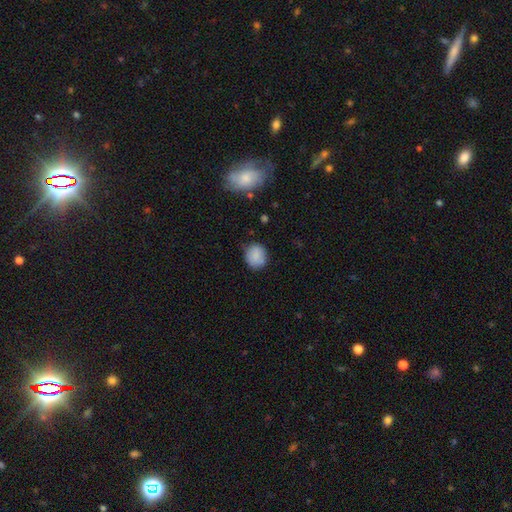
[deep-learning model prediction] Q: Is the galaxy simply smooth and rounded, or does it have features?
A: smooth — 84%.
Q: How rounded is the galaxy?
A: round — 73%.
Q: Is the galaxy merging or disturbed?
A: none — 77%.